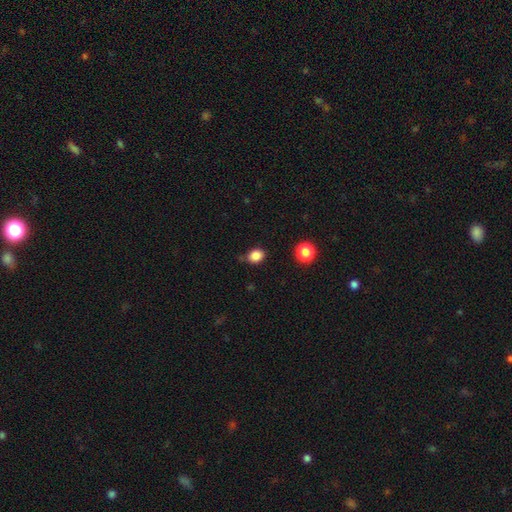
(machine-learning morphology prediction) This is clearly a smooth galaxy (85%). How rounded: possibly round (50%). Merging: likely none (76%).